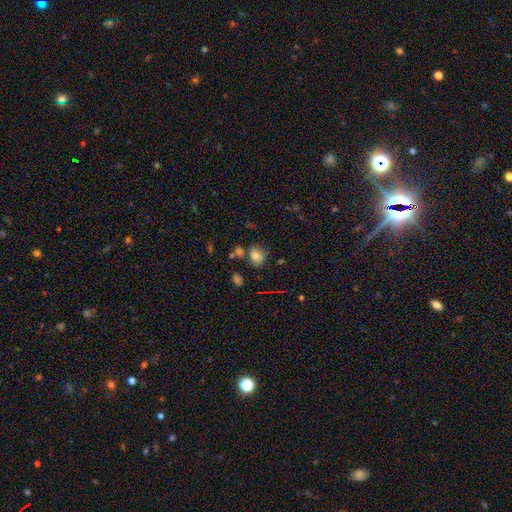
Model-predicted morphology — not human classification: Q: Smooth or featured?
A: smooth (78%); runner-up: star or artifact (12%)
Q: How rounded?
A: round (66%); runner-up: in between (33%)
Q: Merging?
A: none (65%); runner-up: minor disturbance (18%)